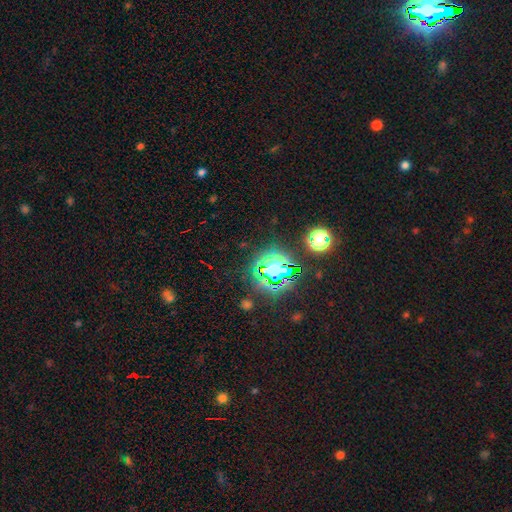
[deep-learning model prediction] Q: Smooth or featured?
A: star or artifact (77%); runner-up: smooth (16%)